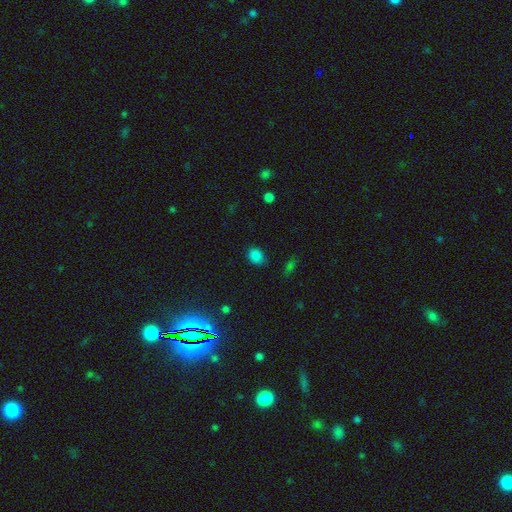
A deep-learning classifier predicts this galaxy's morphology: Q: Smooth or featured?
A: smooth (82%); runner-up: star or artifact (14%)
Q: How rounded?
A: in between (58%); runner-up: round (40%)
Q: Merging?
A: none (81%); runner-up: minor disturbance (14%)